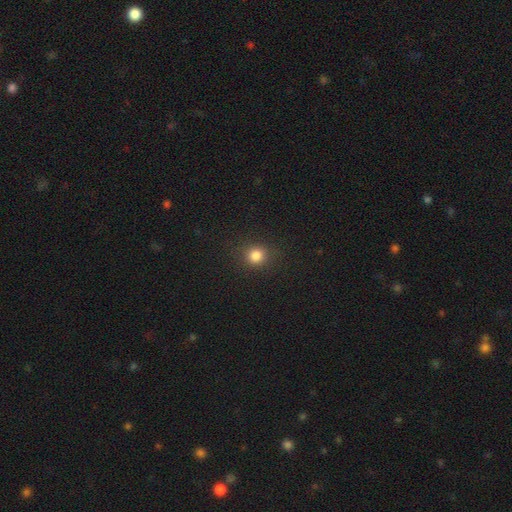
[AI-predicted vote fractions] Smooth or featured: smooth — 82% (star or artifact — 14%)
How rounded: round — 86% (in between — 13%)
Merging: none — 88% (minor disturbance — 8%)